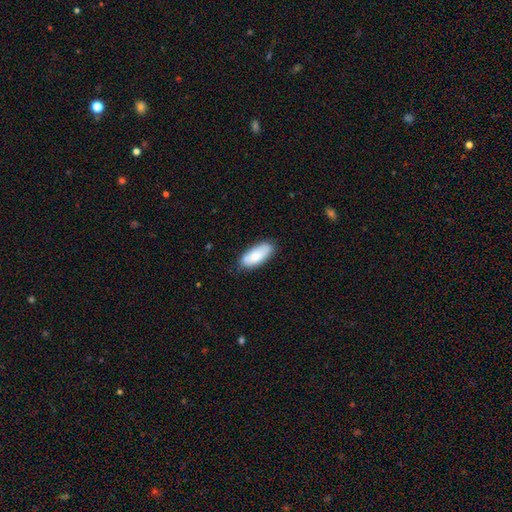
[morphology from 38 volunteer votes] Volunteers were most divided on "merging": none: 75%, minor disturbance: 17%, merger: 6%, major disturbance: 3%. More confident: how rounded — in between (87%); smooth or featured — smooth (79%).